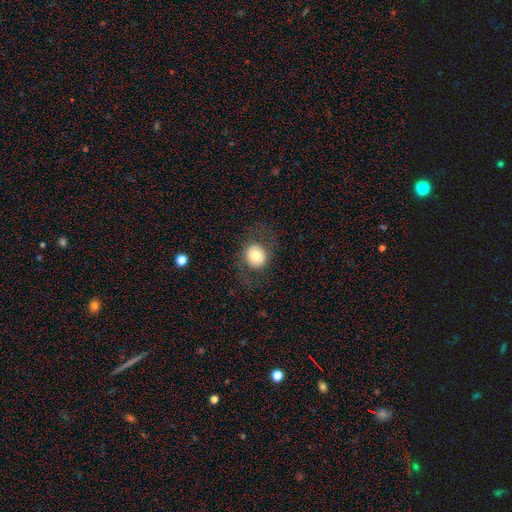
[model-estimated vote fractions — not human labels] Smooth or featured? Predicted: smooth (p=0.65). How rounded? Predicted: round (p=0.81). Merging? Predicted: none (p=0.79).